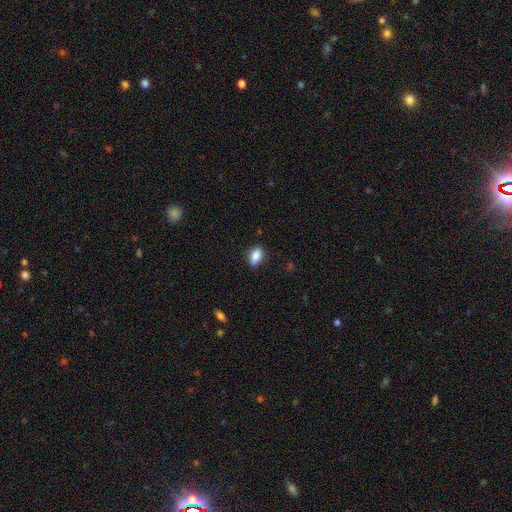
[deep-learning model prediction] This appears to be a smooth galaxy with no disk features (87%) that is in between round and cigar-shaped (88%). Merging: none (85%).